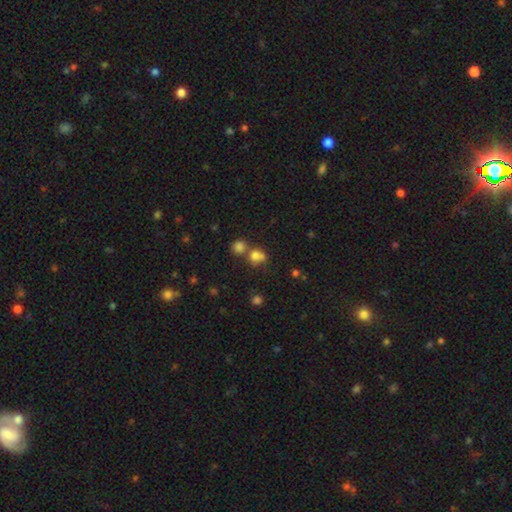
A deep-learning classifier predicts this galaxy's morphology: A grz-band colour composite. It shows a smooth galaxy with no disk features (74%) that is round (70%). Merging: merger (46%).